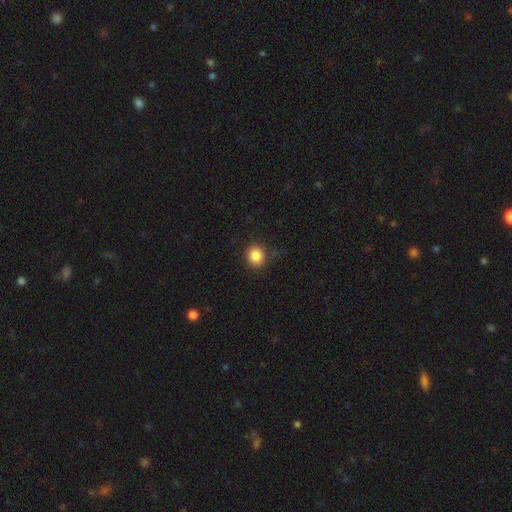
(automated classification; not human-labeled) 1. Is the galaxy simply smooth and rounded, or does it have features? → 86% smooth, 10% star or artifact, 4% featured or disk.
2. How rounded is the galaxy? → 85% round, 14% in between, 1% cigar-shaped.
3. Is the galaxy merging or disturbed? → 86% none, 10% minor disturbance, 3% major disturbance, 1% merger.